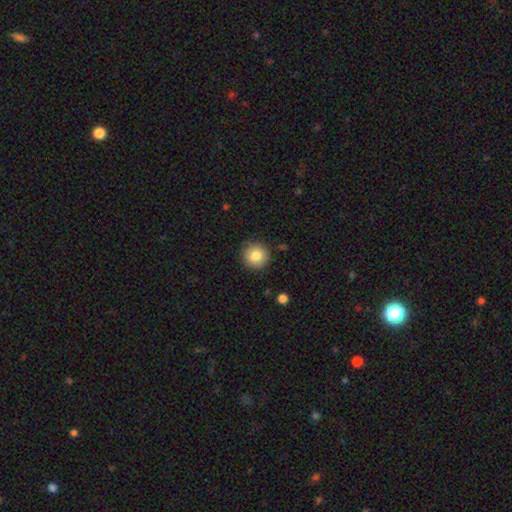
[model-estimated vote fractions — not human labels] Smooth or featured?
  - smooth: 83% *
  - star or artifact: 9%
  - featured or disk: 8%
How rounded?
  - round: 93% *
  - in between: 6%
  - cigar-shaped: 1%
Merging?
  - none: 89% *
  - minor disturbance: 7%
  - major disturbance: 2%
  - merger: 1%